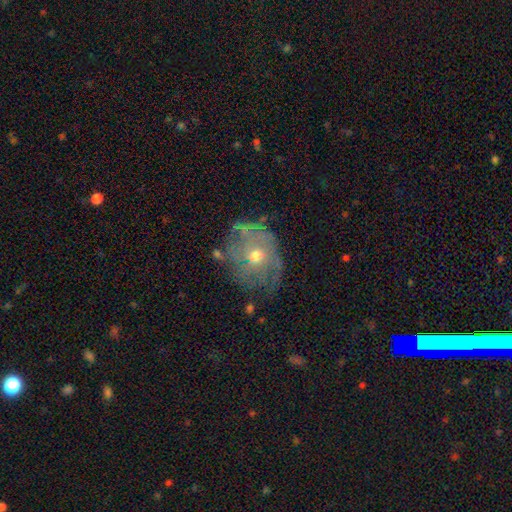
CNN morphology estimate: smooth_or_featured: featured or disk (p=0.64) [alt: smooth p=0.24]
disk_edge_on: no (p=0.96) [alt: yes p=0.04]
bar: no (p=0.82) [alt: weak p=0.15]
has_spiral_arms: yes (p=0.59) [alt: no p=0.41]
bulge_size: moderate (p=0.62) [alt: small p=0.34]
merging: none (p=0.58) [alt: minor disturbance p=0.25]